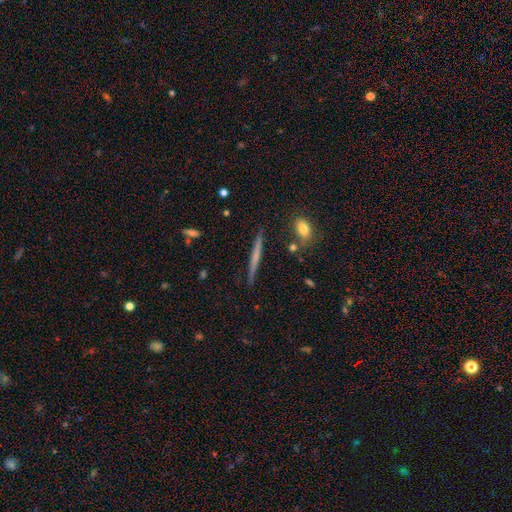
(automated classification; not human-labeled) Morphology: type=featured or disk (49%); merging=none (89%).